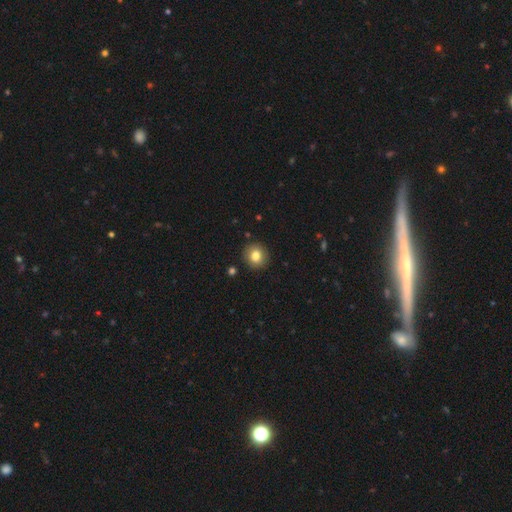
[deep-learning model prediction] A smooth galaxy with no disk features (81%) that is round (89%).

Vote fractions:
- Smooth or featured? smooth: 81% / star or artifact: 10% / featured or disk: 9%
- How rounded? round: 89% / in between: 10% / cigar-shaped: 1%
- Merging? none: 91% / minor disturbance: 6% / major disturbance: 2% / merger: 1%